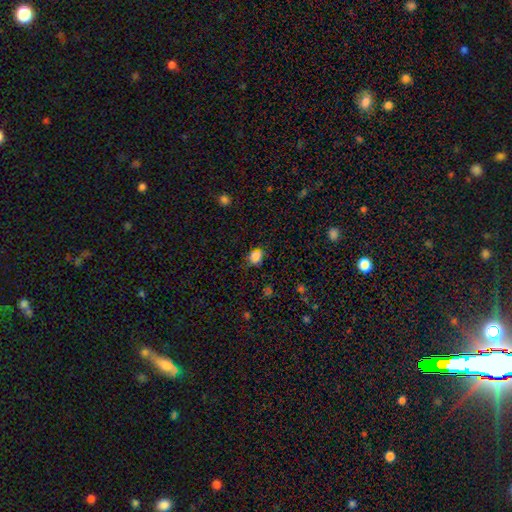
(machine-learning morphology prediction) Smooth or featured? smooth (83%)
How rounded? in between (53%)
Merging? none (72%)